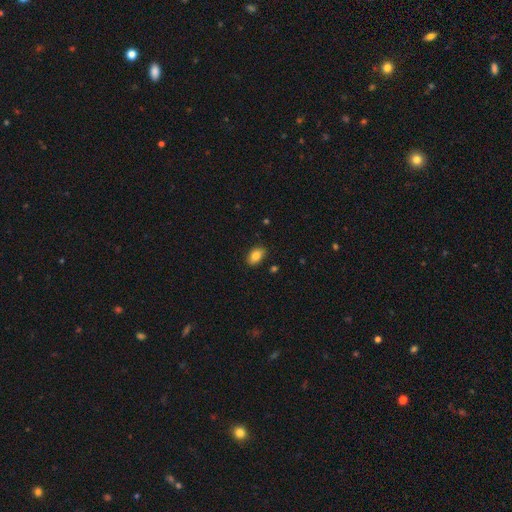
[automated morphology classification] A smooth galaxy with no disk features (84%) that is in between round and cigar-shaped (87%).

Vote fractions:
- Smooth or featured? smooth: 84% / star or artifact: 8% / featured or disk: 7%
- How rounded? in between: 87% / round: 11% / cigar-shaped: 2%
- Merging? none: 86% / minor disturbance: 10% / major disturbance: 2% / merger: 1%